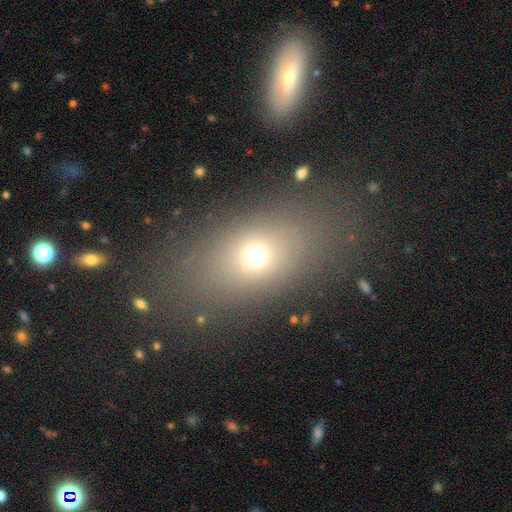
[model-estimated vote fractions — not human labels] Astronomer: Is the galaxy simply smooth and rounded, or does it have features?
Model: smooth — 65%.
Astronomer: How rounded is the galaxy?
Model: in between — 70%.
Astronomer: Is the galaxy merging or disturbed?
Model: none — 77%.